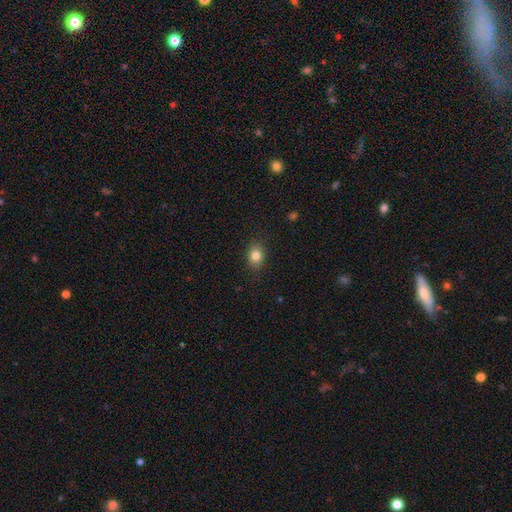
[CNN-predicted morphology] Q: Smooth or featured?
A: smooth (83%); runner-up: star or artifact (10%)
Q: How rounded?
A: in between (63%); runner-up: round (36%)
Q: Merging?
A: none (87%); runner-up: minor disturbance (10%)